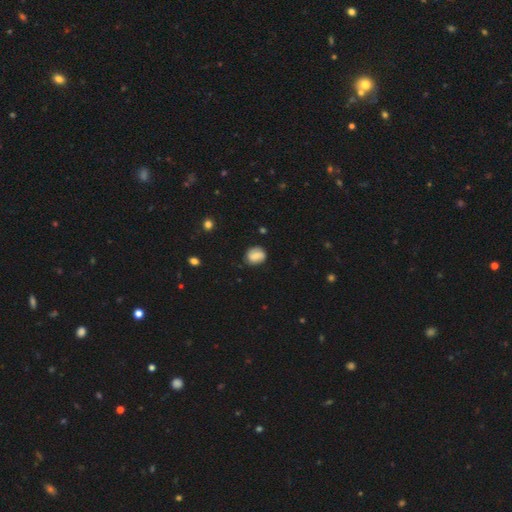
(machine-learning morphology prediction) Q: Smooth or featured?
A: smooth (64%); runner-up: featured or disk (28%)
Q: How rounded?
A: round (67%); runner-up: in between (32%)
Q: Merging?
A: none (76%); runner-up: minor disturbance (18%)